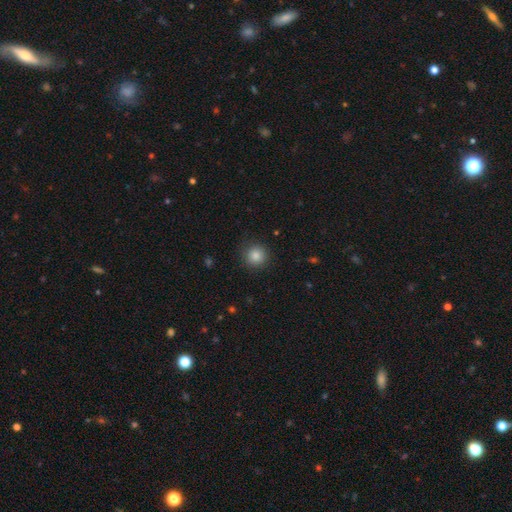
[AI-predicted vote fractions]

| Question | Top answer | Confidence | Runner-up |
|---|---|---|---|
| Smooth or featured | smooth | 85% | star or artifact (11%) |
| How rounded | round | 94% | in between (5%) |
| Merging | none | 89% | minor disturbance (7%) |